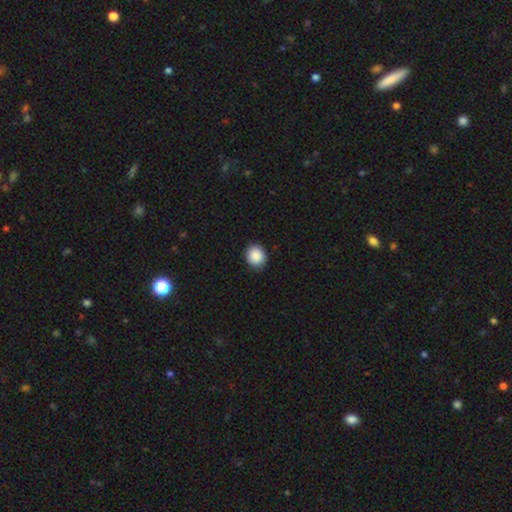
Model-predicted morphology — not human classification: smooth-or-featured: smooth: 89% | star or artifact: 8% | featured or disk: 3%
  how-rounded: round: 83% | in between: 16% | cigar-shaped: 1%
  merging: none: 91% | minor disturbance: 7% | major disturbance: 2% | merger: 1%